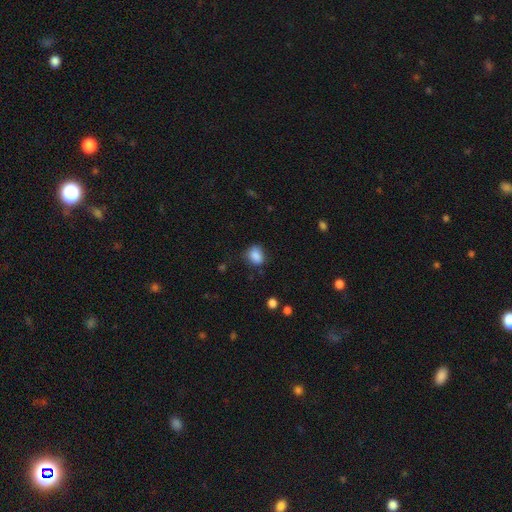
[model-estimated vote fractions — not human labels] smooth 86%, star or artifact 9%, featured or disk 5%. Down the decision tree: how rounded — in between (52%); merging — none (70%).